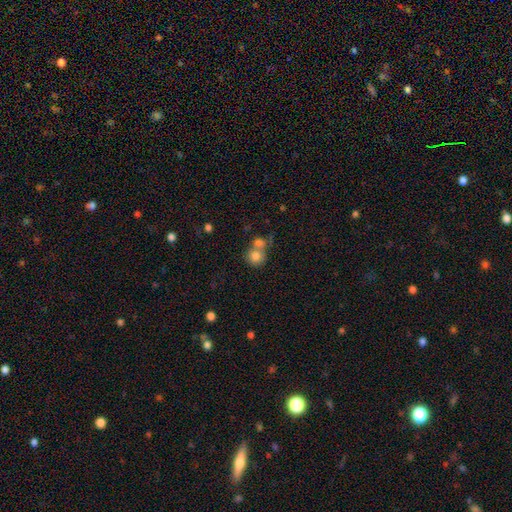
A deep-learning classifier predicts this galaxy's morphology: Smooth or featured? Predicted: smooth (p=0.79). How rounded? Predicted: round (p=0.86). Merging? Predicted: merger (p=0.49).